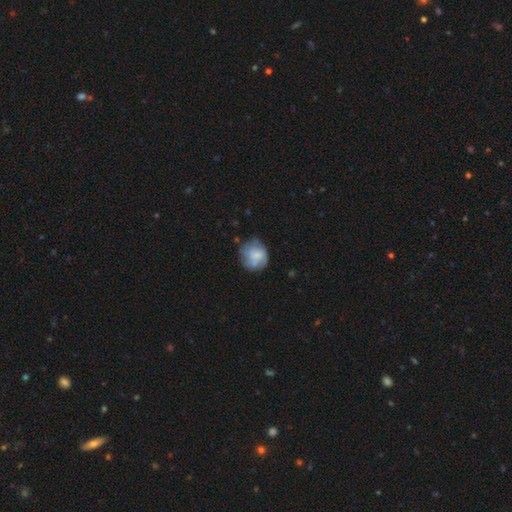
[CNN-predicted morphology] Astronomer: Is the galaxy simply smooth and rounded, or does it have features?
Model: smooth — 58% (runner-up: featured or disk, 34%).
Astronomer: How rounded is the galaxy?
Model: round — 79%.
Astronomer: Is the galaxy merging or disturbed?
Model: none — 58%.